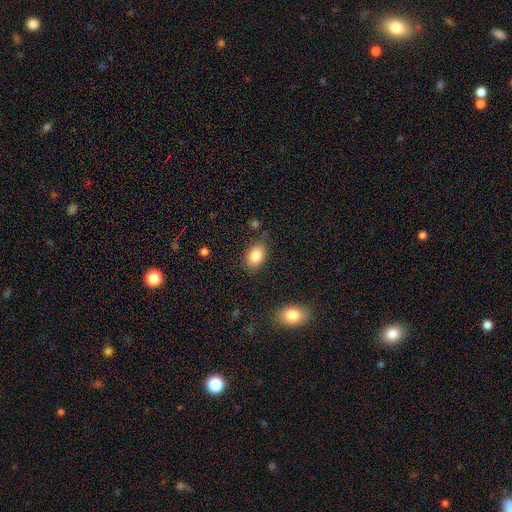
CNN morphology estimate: A smooth galaxy with no disk features (84%) that is in between round and cigar-shaped (84%). Merging: none (79%).